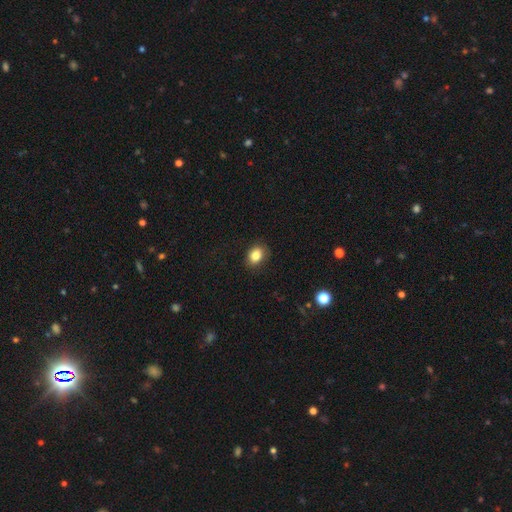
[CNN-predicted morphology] A smooth galaxy with no disk features (84%) that is in between round and cigar-shaped (64%). Merging: none (84%).